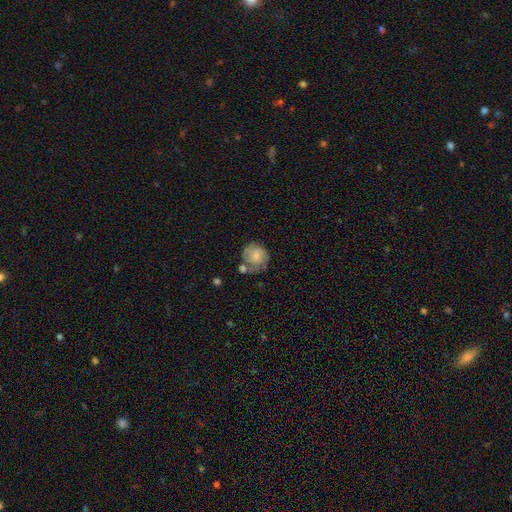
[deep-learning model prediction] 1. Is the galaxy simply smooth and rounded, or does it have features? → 46% smooth (tied), 46% featured or disk (tied), 8% star or artifact.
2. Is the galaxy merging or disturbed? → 51% none, 23% minor disturbance, 14% merger, 12% major disturbance.